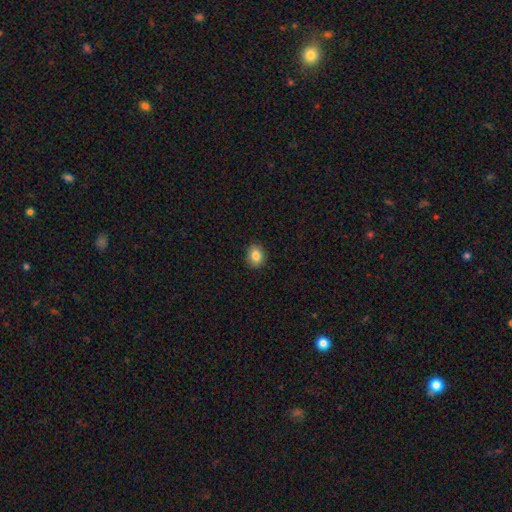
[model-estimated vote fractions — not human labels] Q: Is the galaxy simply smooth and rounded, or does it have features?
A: smooth — 85%.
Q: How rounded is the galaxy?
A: in between — 53%.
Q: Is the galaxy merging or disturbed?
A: none — 90%.